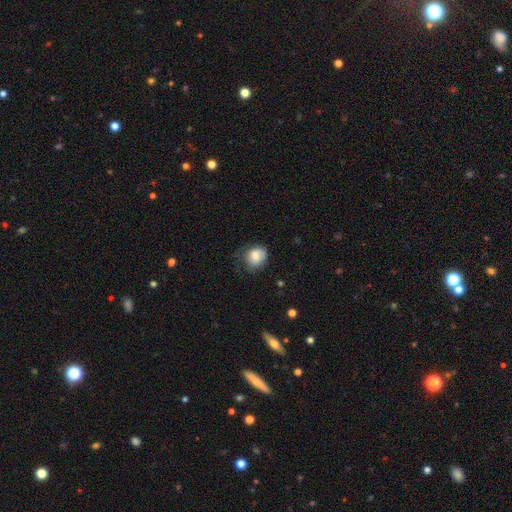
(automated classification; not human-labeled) A smooth galaxy with no disk features (76%) that is round (64%).

Vote fractions:
- Smooth or featured? smooth: 76% / featured or disk: 16% / star or artifact: 8%
- How rounded? round: 64% / in between: 35% / cigar-shaped: 1%
- Merging? none: 47% / minor disturbance: 33% / major disturbance: 18% / merger: 2%